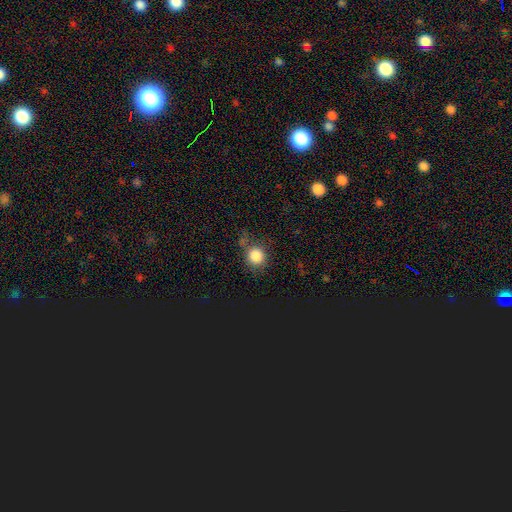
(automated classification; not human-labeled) The model was most divided on "merging": none: 68%, minor disturbance: 18%, major disturbance: 8%, merger: 6%. More confident: how rounded — round (87%); smooth or featured — smooth (84%).